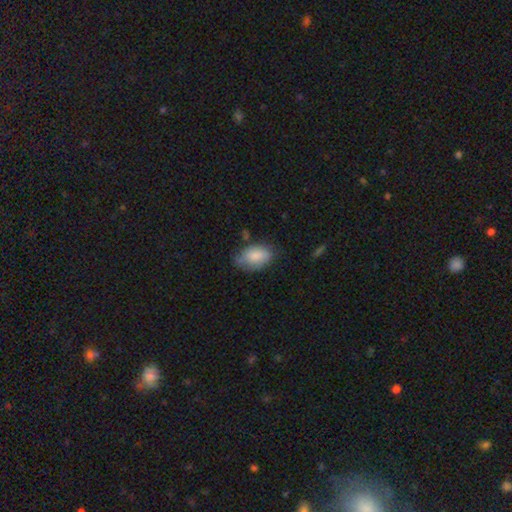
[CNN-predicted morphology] type=smooth (83%); roundness=in between (91%); merging=none (59%).